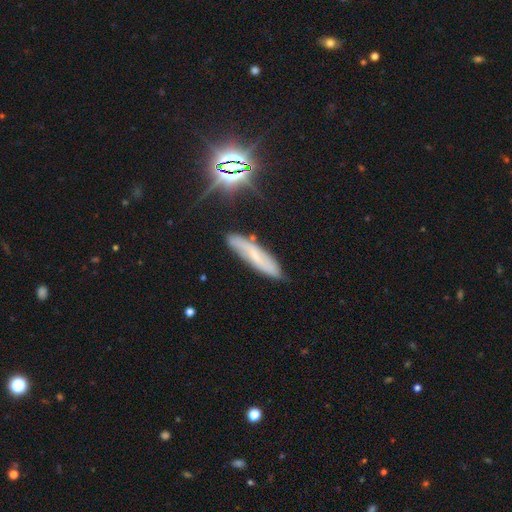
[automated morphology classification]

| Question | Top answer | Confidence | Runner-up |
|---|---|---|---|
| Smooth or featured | featured or disk | 46% | smooth (39%) |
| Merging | none | 78% | minor disturbance (16%) |